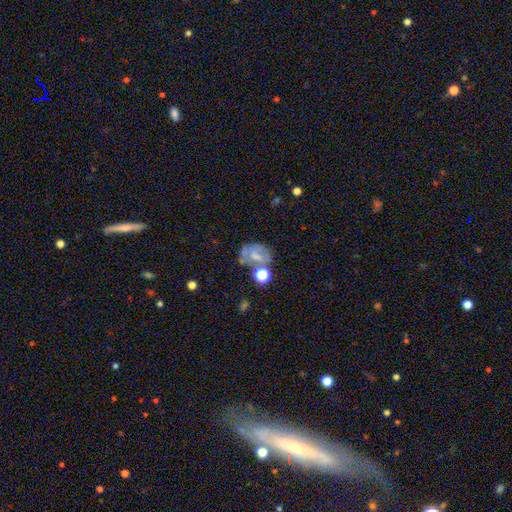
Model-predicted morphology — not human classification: Smooth or featured?
  - featured or disk: 43% *
  - smooth: 40%
  - star or artifact: 17%
Merging?
  - none: 36% *
  - merger: 23%
  - minor disturbance: 21%
  - major disturbance: 21%